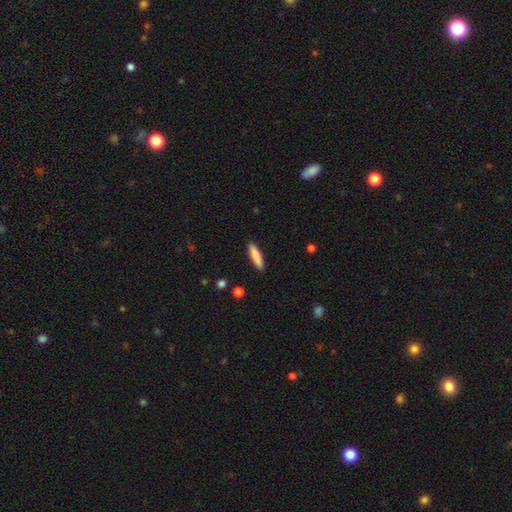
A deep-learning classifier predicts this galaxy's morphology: A smooth galaxy with no disk features (84%) that is cigar-shaped (81%). Merging: none (90%).